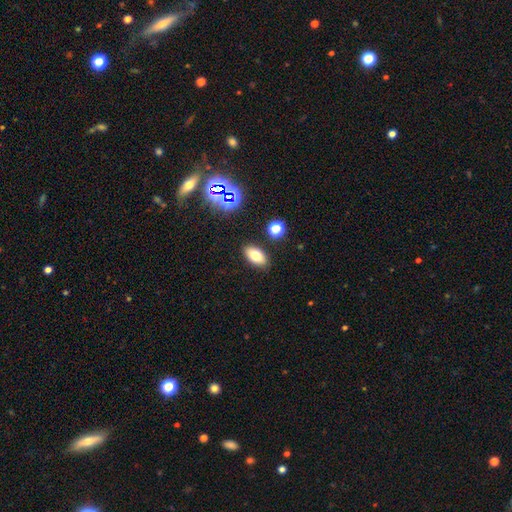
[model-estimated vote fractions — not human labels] smooth 72%, featured or disk 14%, star or artifact 14%. Down the decision tree: how rounded — in between (89%); merging — none (87%).